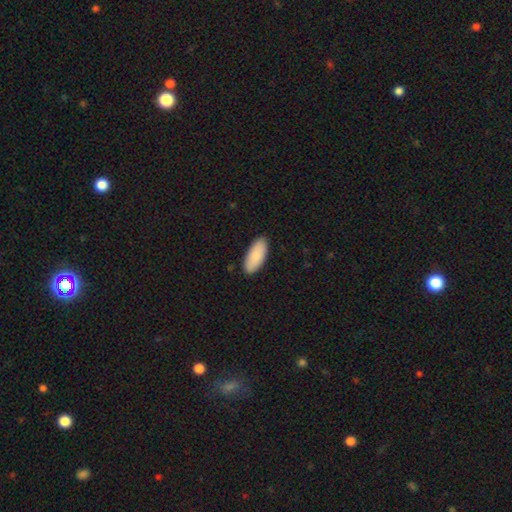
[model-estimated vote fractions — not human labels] Smooth or featured: smooth — 89% (featured or disk — 6%)
How rounded: in between — 89% (cigar-shaped — 10%)
Merging: none — 89% (minor disturbance — 9%)